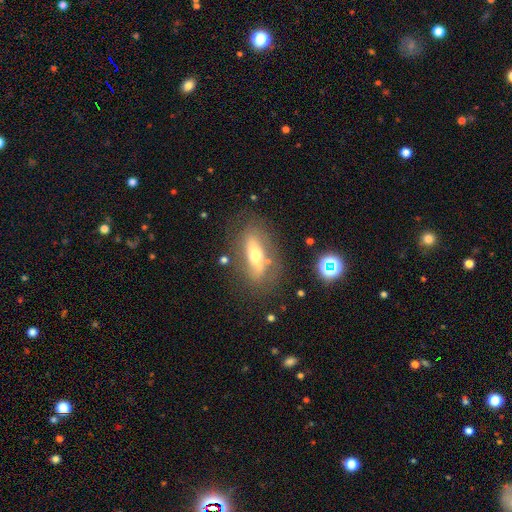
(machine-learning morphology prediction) type=featured or disk (52%); edge-on=no (63%); merging=none (72%).